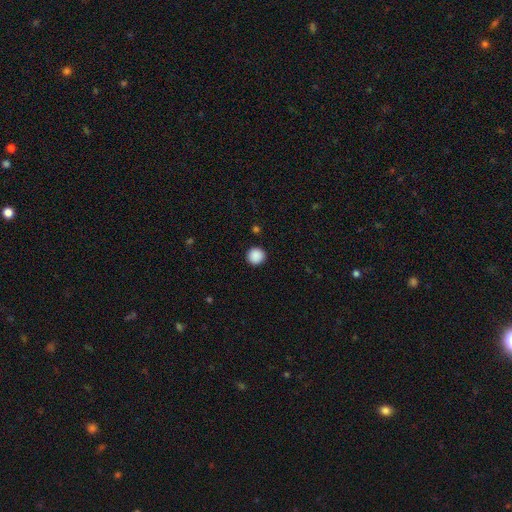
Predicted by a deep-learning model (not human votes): smooth_or_featured: smooth (p=0.89) [alt: star or artifact p=0.09]
how_rounded: round (p=0.95) [alt: in between p=0.04]
merging: none (p=0.92) [alt: minor disturbance p=0.05]